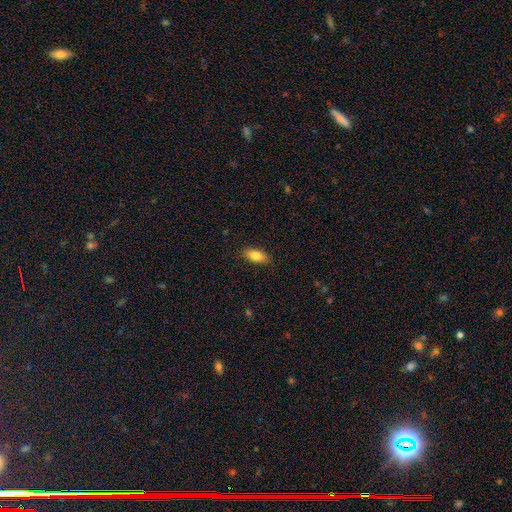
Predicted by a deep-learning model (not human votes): This appears to be a smooth galaxy with no disk features (84%) that is in between round and cigar-shaped (87%). Merging: none (87%).